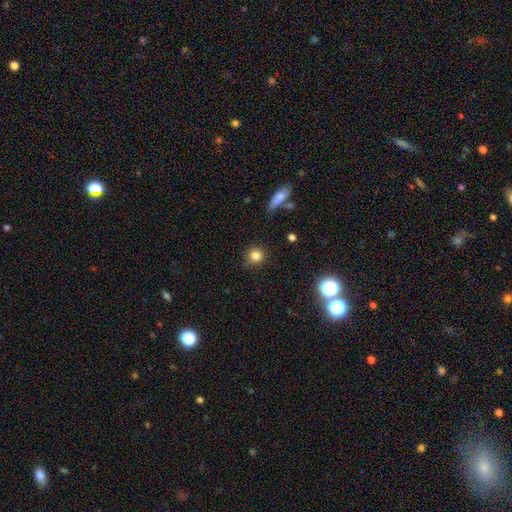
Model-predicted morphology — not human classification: Smooth or featured: smooth — 81% (star or artifact — 12%)
How rounded: round — 92% (in between — 7%)
Merging: none — 84% (minor disturbance — 11%)